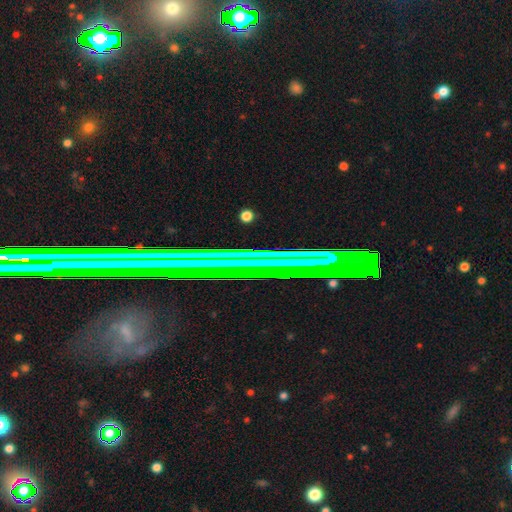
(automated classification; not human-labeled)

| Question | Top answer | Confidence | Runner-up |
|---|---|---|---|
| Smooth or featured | star or artifact | 62% | featured or disk (24%) |